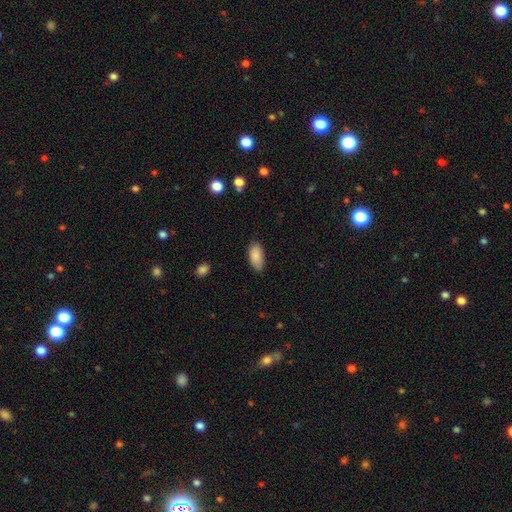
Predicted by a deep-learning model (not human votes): Smooth or featured?
  - smooth: 89% *
  - star or artifact: 7%
  - featured or disk: 5%
How rounded?
  - in between: 92% *
  - cigar-shaped: 6%
  - round: 2%
Merging?
  - none: 82% *
  - minor disturbance: 14%
  - major disturbance: 3%
  - merger: 1%